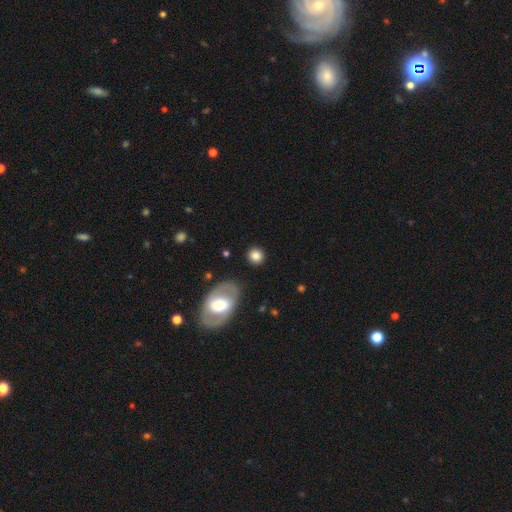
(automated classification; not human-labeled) Overall: smooth (82%). How rounded: round (86%). Merging: none (86%).